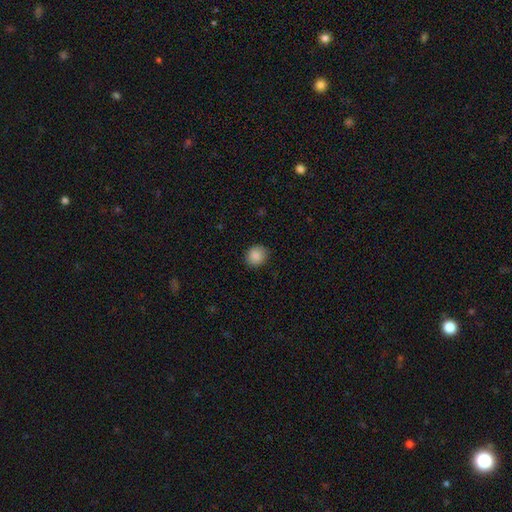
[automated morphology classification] Smooth or featured? Predicted: smooth (p=0.88). How rounded? Predicted: round (p=0.84). Merging? Predicted: none (p=0.87).